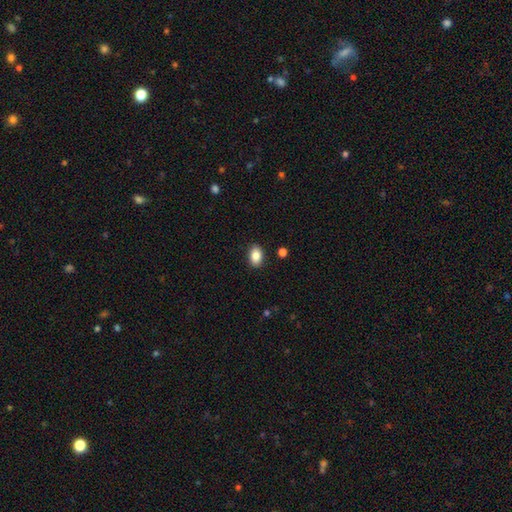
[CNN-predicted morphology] The model was most divided on "how rounded": in between: 84%, round: 15%, cigar-shaped: 1%. More confident: merging — none (88%); smooth or featured — smooth (86%).